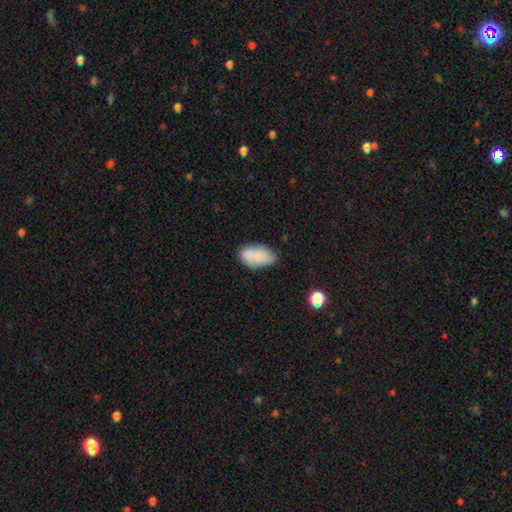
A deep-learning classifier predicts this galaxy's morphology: Overall: smooth (79%). How rounded: in between (93%). Merging: none (61%; minor disturbance 23%).